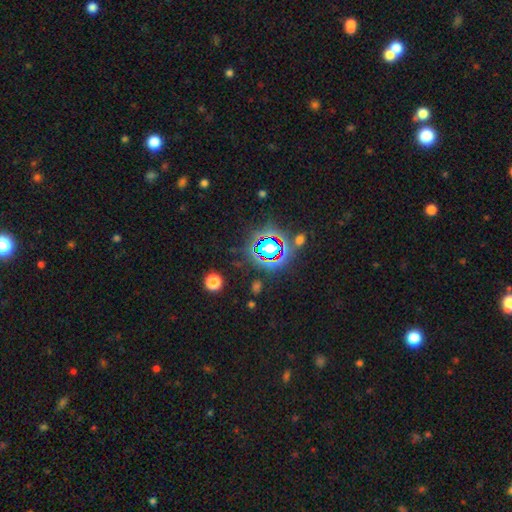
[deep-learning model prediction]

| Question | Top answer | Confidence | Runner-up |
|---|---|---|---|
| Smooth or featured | star or artifact | 79% | smooth (13%) |